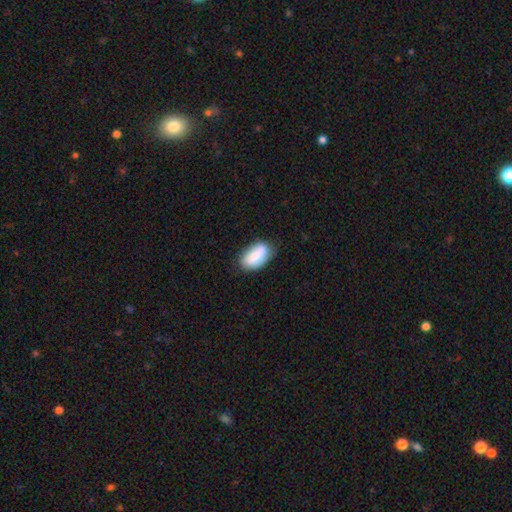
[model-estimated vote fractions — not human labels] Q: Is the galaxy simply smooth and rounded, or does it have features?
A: smooth — 82%.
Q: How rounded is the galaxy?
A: in between — 93%.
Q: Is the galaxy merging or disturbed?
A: none — 71%.